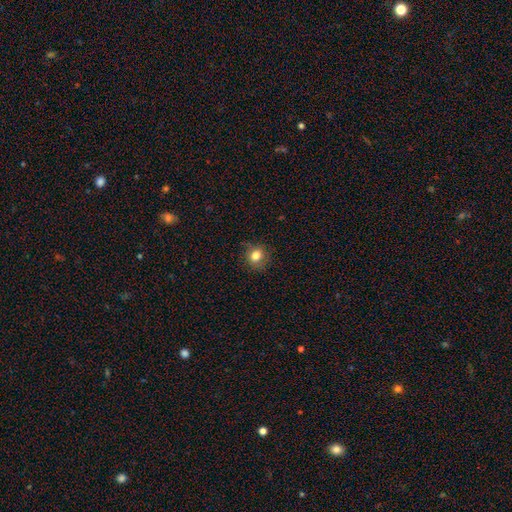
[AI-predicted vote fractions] smooth-or-featured: smooth: 81% | star or artifact: 12% | featured or disk: 7%
  how-rounded: round: 79% | in between: 20% | cigar-shaped: 1%
  merging: none: 82% | minor disturbance: 14% | major disturbance: 4% | merger: 1%